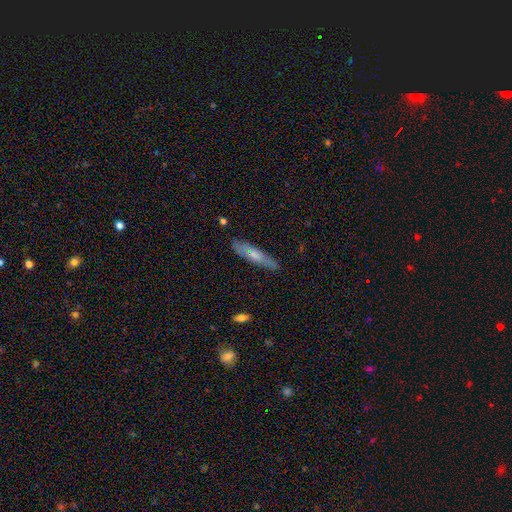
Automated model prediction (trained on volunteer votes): A smooth galaxy with no disk features (50%) that is cigar-shaped (82%).

Vote fractions:
- Smooth or featured? smooth: 50% / featured or disk: 42% / star or artifact: 8%
- How rounded? cigar-shaped: 82% / in between: 16% / round: 2%
- Merging? none: 81% / minor disturbance: 14% / major disturbance: 3% / merger: 2%